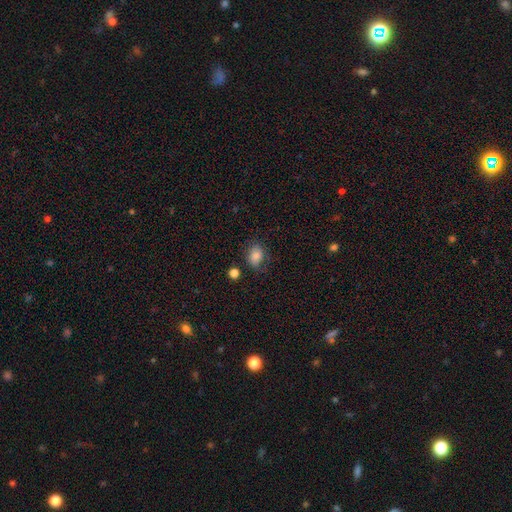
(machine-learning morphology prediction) Smooth or featured?
  - smooth: 81% *
  - star or artifact: 10%
  - featured or disk: 9%
How rounded?
  - in between: 62% *
  - round: 37%
  - cigar-shaped: 1%
Merging?
  - none: 72% *
  - minor disturbance: 19%
  - major disturbance: 6%
  - merger: 3%